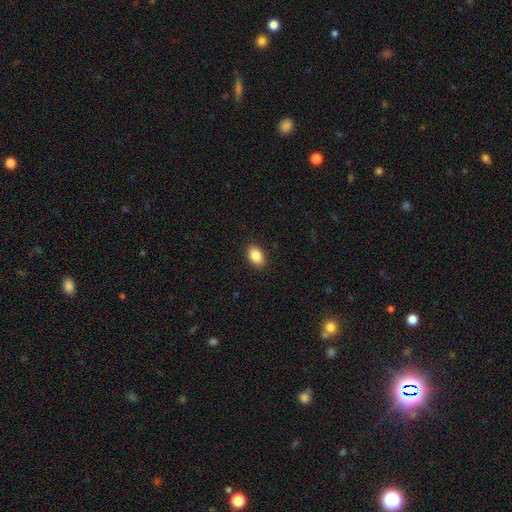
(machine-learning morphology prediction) Smooth or featured?
  - smooth: 86% *
  - star or artifact: 8%
  - featured or disk: 6%
How rounded?
  - in between: 84% *
  - round: 15%
  - cigar-shaped: 1%
Merging?
  - none: 90% *
  - minor disturbance: 7%
  - major disturbance: 2%
  - merger: 1%